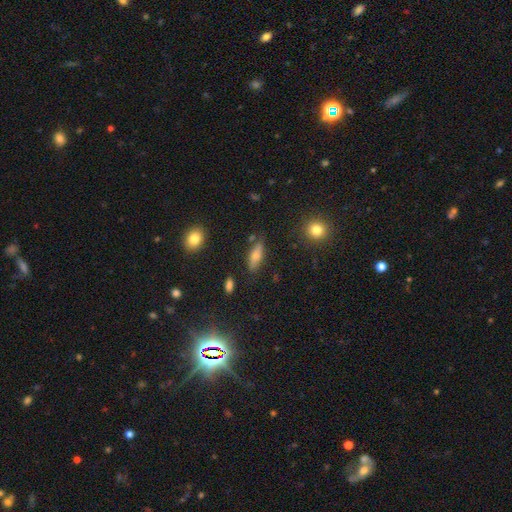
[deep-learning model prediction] The model was most divided on "how rounded": in between: 57%, cigar-shaped: 39%, round: 4%. More confident: merging — none (77%); smooth or featured — smooth (67%).